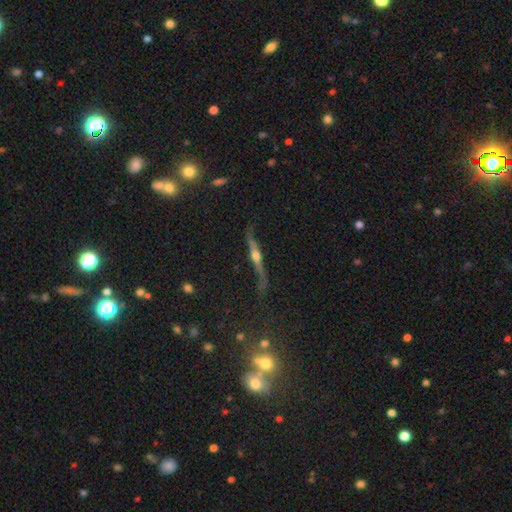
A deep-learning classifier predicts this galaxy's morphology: smooth-or-featured: featured or disk: 79% | smooth: 14% | star or artifact: 7%
  disk-edge-on: yes: 91% | no: 9%
    edge-on-bulge: rounded: 92% | none: 4% | boxy: 4%
  merging: none: 65% | minor disturbance: 22% | major disturbance: 10% | merger: 3%